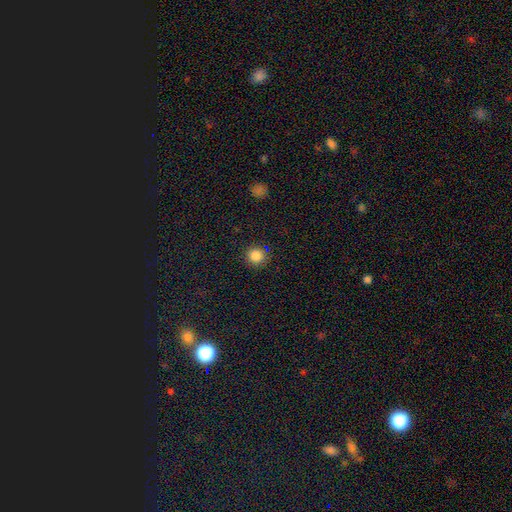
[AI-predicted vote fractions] The model was most divided on "smooth or featured": smooth: 85%, star or artifact: 11%, featured or disk: 4%. More confident: how rounded — round (94%); merging — none (90%).